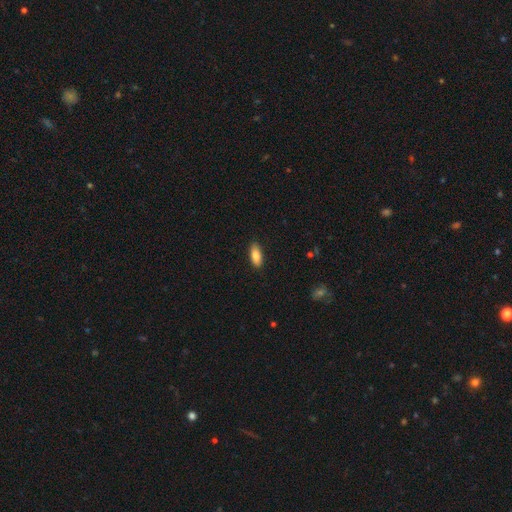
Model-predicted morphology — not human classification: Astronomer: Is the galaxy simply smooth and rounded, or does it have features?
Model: smooth — 84%.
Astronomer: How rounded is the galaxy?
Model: in between — 82%.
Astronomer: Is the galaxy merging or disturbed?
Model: none — 89%.